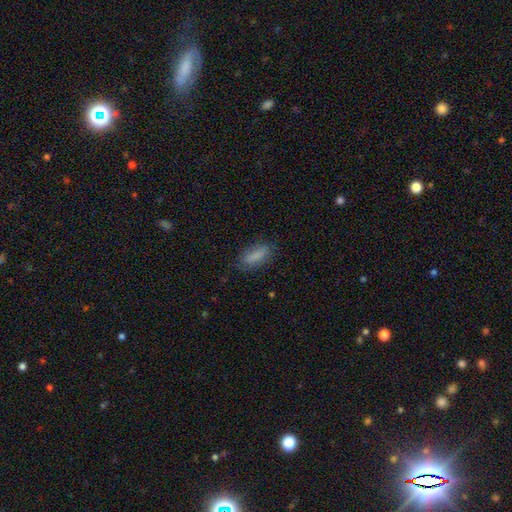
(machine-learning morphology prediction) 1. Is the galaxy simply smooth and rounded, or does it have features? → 81% smooth, 10% featured or disk, 8% star or artifact.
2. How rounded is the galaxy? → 66% in between, 31% cigar-shaped, 3% round.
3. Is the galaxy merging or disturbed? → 77% none, 17% minor disturbance, 5% major disturbance, 1% merger.